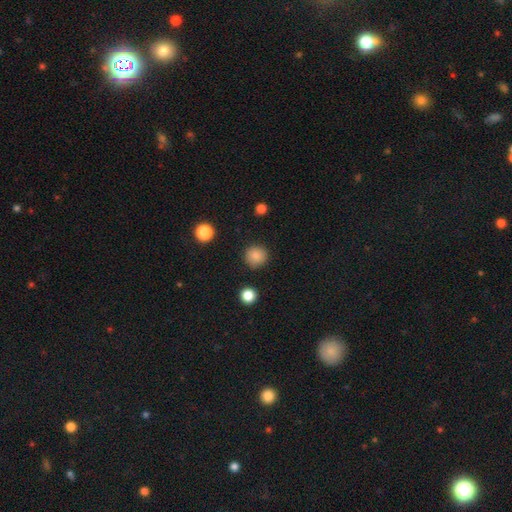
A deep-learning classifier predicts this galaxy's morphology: smooth 86%, star or artifact 10%, featured or disk 4%. Down the decision tree: how rounded — round (94%); merging — none (90%).